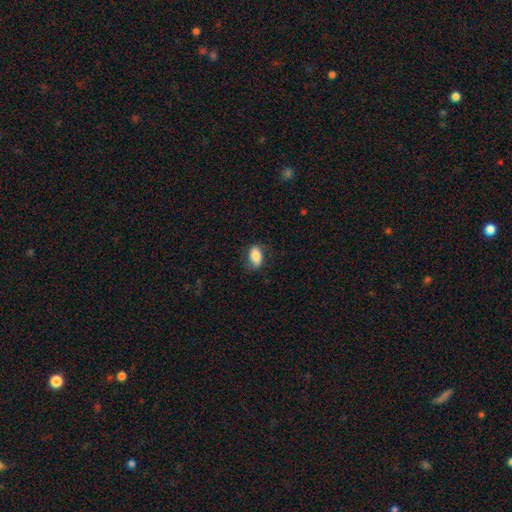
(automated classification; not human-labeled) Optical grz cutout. It shows a smooth galaxy with no disk features (78%) that is in between round and cigar-shaped (88%). Merging: none (71%).